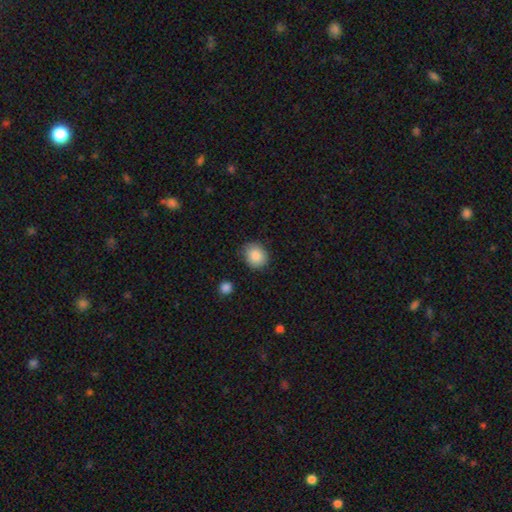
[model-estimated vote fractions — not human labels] Morphology: type=smooth (87%); roundness=round (63%); merging=none (82%).